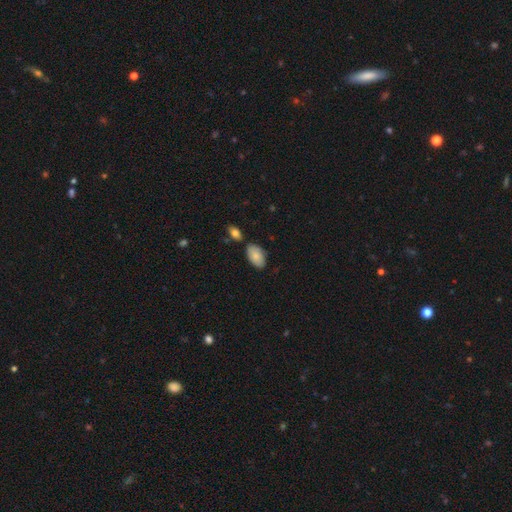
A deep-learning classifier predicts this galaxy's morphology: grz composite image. It shows a smooth galaxy with no disk features (84%) that is in between round and cigar-shaped (95%). Merging: none (73%).